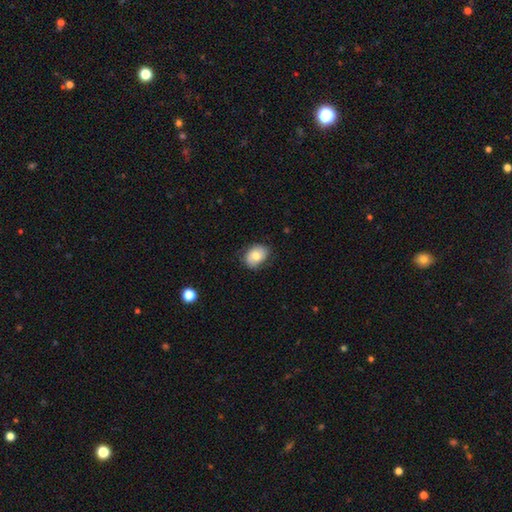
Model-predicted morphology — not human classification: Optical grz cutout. It shows a smooth galaxy with no disk features (70%) that is in between round and cigar-shaped (64%). Merging: none (72%).